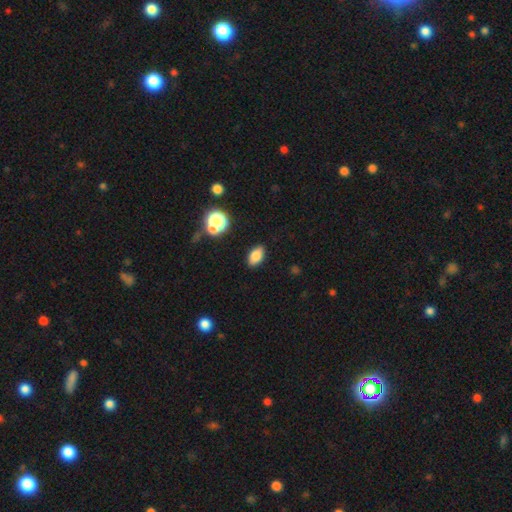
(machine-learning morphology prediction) smooth 81%, star or artifact 11%, featured or disk 8%. Down the decision tree: how rounded — in between (90%); merging — none (87%).